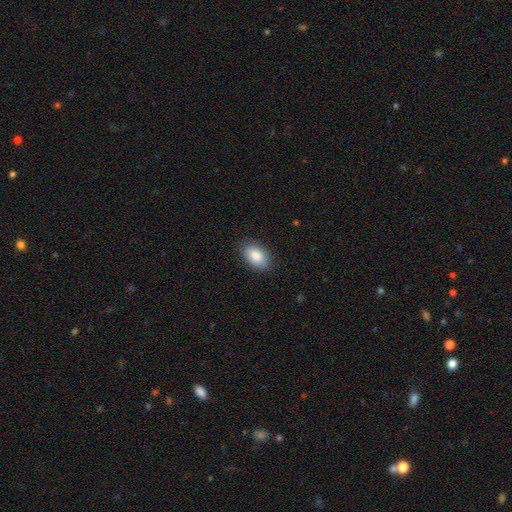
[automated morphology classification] smooth 86%, featured or disk 7%, star or artifact 7%. Down the decision tree: how rounded — in between (92%); merging — none (86%).